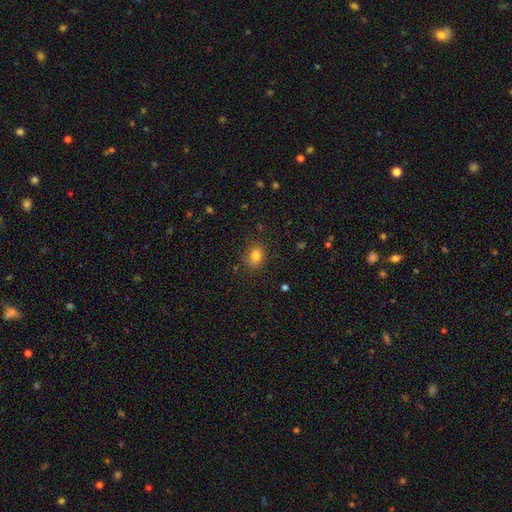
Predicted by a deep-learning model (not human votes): A smooth galaxy with no disk features (81%) that is round (56%). Merging: none (82%).